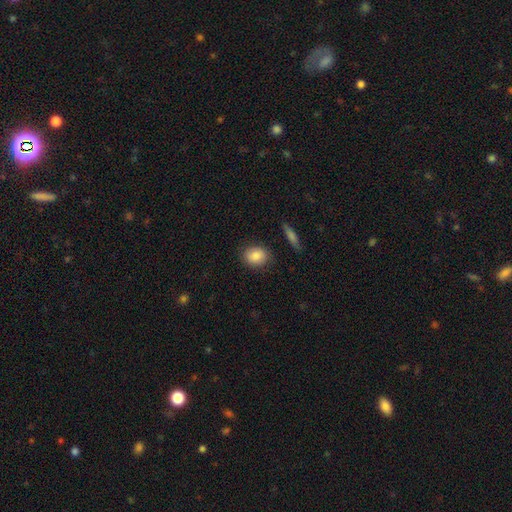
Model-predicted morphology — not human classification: This appears to be a smooth galaxy with no disk features (86%) that is in between round and cigar-shaped (50%). Merging: none (85%).